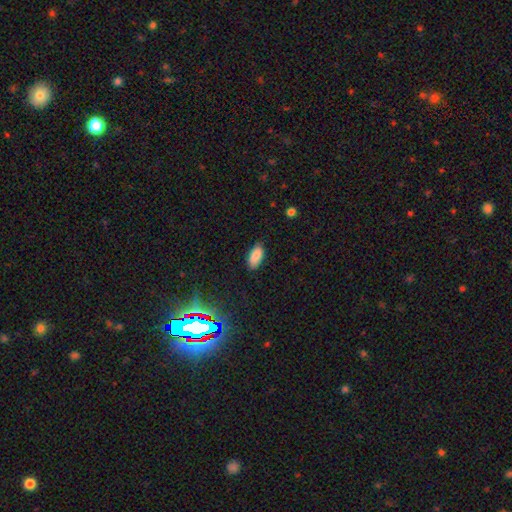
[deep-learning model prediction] Smooth or featured? Predicted: smooth (p=0.85). How rounded? Predicted: in between (p=0.91). Merging? Predicted: none (p=0.83).